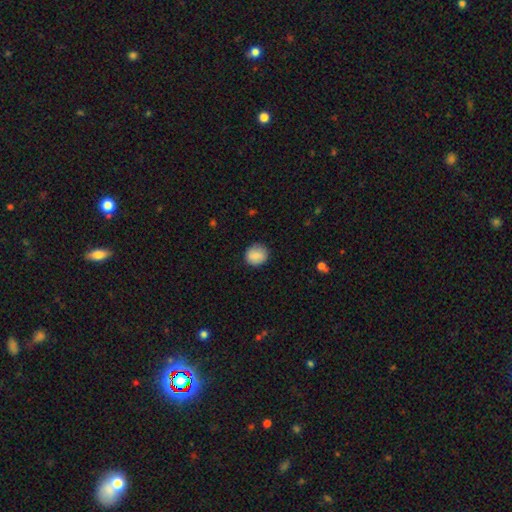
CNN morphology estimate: This is clearly a smooth galaxy (84%). How rounded: clearly round (86%). Merging: clearly none (86%).